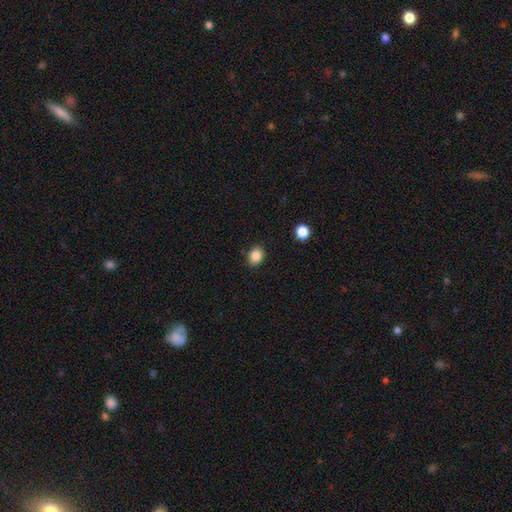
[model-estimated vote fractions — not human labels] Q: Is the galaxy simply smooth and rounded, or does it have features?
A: smooth — 86%.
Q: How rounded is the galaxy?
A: round — 51%.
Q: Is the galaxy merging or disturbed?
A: none — 86%.